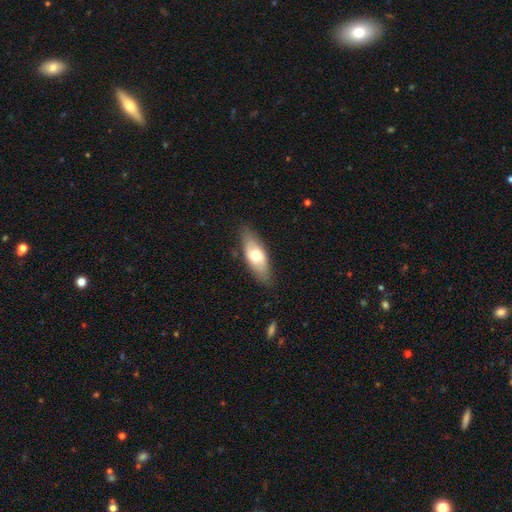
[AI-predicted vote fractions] Smooth or featured: smooth — 58% (featured or disk — 37%)
How rounded: in between — 79% (cigar-shaped — 18%)
Merging: none — 80% (minor disturbance — 16%)